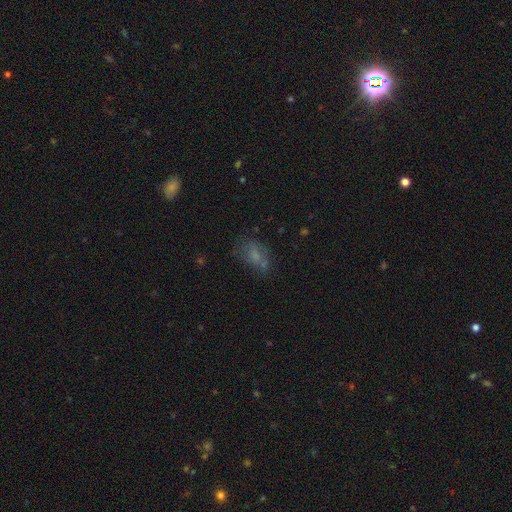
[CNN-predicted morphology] smooth 57%, featured or disk 24%, star or artifact 19%. Down the decision tree: how rounded — in between (78%); merging — none (50%).